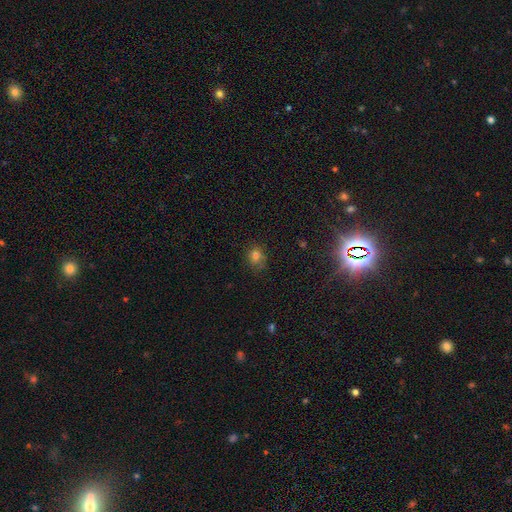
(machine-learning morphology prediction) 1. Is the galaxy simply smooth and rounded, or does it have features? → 76% smooth, 16% star or artifact, 8% featured or disk.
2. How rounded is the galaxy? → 61% round, 38% in between, 1% cigar-shaped.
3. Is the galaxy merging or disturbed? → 69% none, 22% minor disturbance, 7% major disturbance, 2% merger.